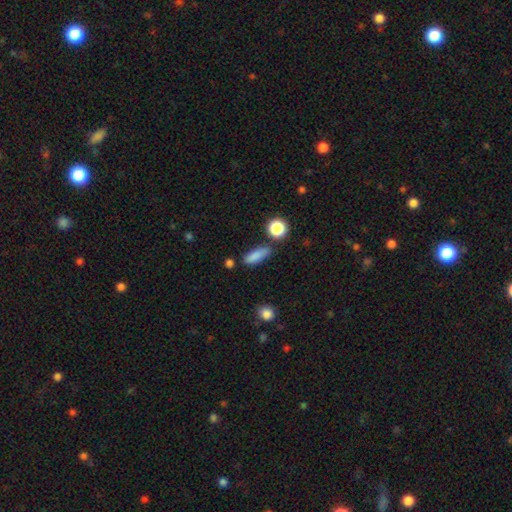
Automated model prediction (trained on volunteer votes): smooth_or_featured: smooth (p=0.83) [alt: star or artifact p=0.10]
how_rounded: in between (p=0.58) [alt: cigar-shaped p=0.36]
merging: none (p=0.73) [alt: minor disturbance p=0.17]